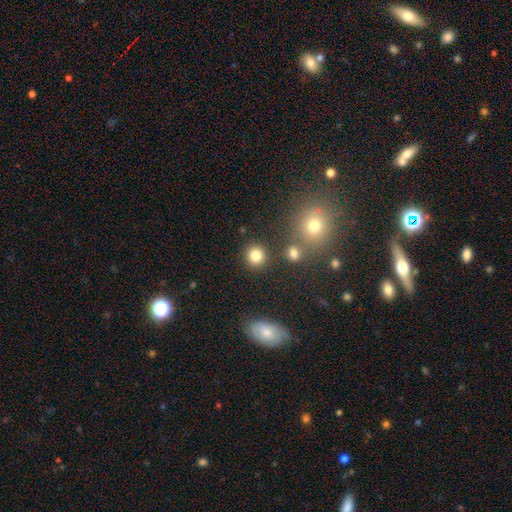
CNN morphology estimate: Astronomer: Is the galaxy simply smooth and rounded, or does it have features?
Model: smooth — 82%.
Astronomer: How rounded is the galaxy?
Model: round — 91%.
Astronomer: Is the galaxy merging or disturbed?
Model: none — 86%.